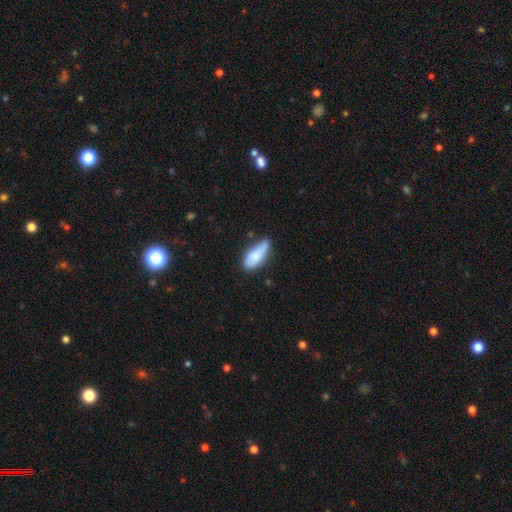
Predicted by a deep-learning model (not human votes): smooth_or_featured: smooth (p=0.81) [alt: featured or disk p=0.13]
how_rounded: in between (p=0.68) [alt: cigar-shaped p=0.29]
merging: none (p=0.55) [alt: minor disturbance p=0.34]